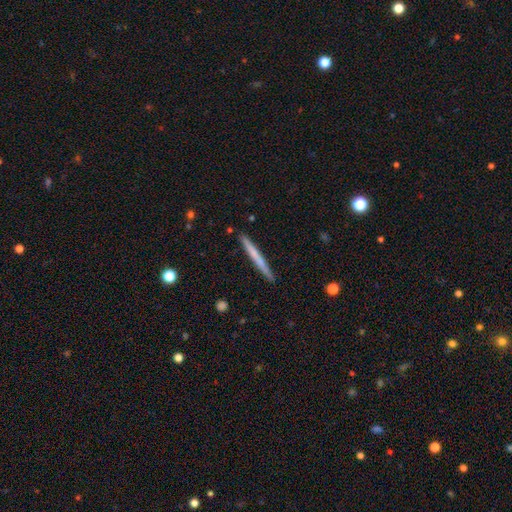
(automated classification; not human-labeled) This is possibly a smooth galaxy (56%). How rounded: clearly cigar-shaped (97%). Merging: clearly none (91%).